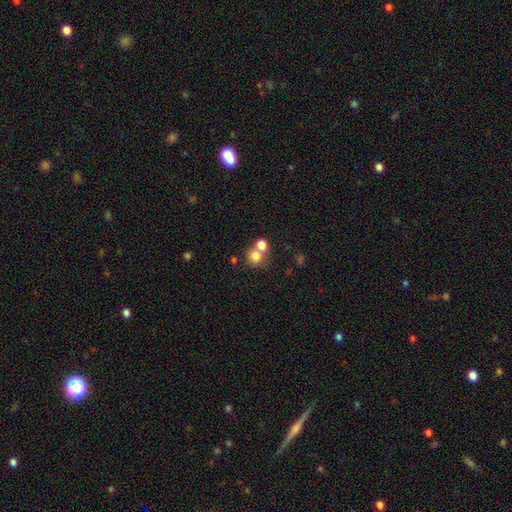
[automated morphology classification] Smooth or featured?
  - smooth: 76% *
  - star or artifact: 12%
  - featured or disk: 12%
How rounded?
  - round: 83% *
  - in between: 16%
  - cigar-shaped: 1%
Merging?
  - merger: 46% *
  - none: 44%
  - minor disturbance: 7%
  - major disturbance: 3%